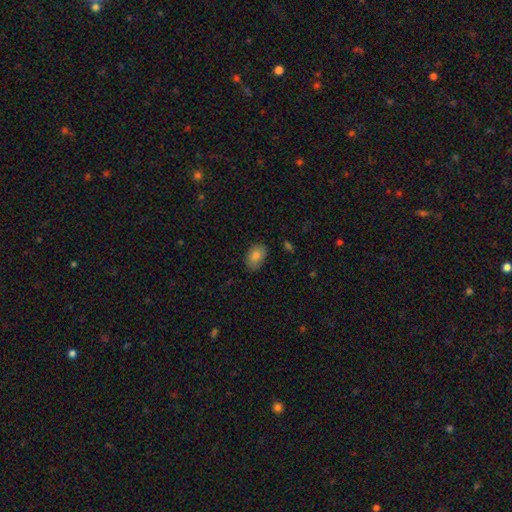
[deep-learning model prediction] Smooth or featured? smooth (81%)
How rounded? in between (85%)
Merging? none (81%)